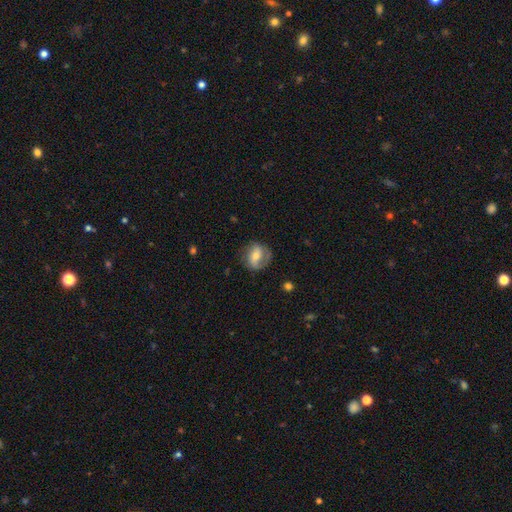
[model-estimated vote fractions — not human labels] Morphology: type=featured or disk (53%); edge-on=no (95%); bar=weak (38%); spiral arms=yes (76%); bulge=moderate (56%); merging=none (69%).